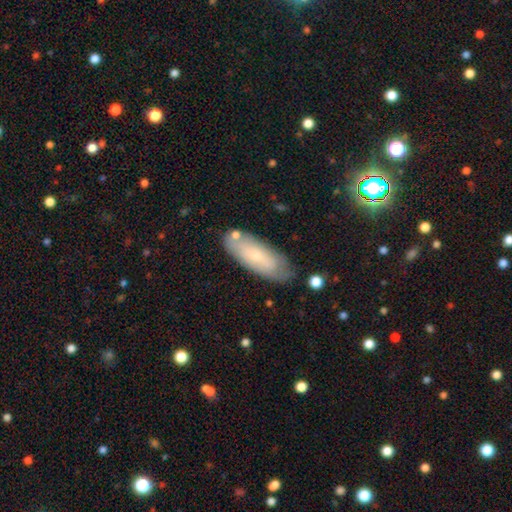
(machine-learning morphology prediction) type=smooth (58%); roundness=in between (71%); merging=none (73%).